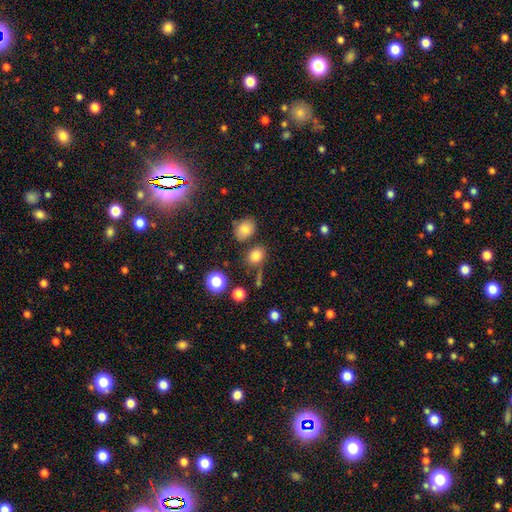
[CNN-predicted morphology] This is likely a smooth galaxy (79%). How rounded: possibly round (54%). Merging: likely none (67%).